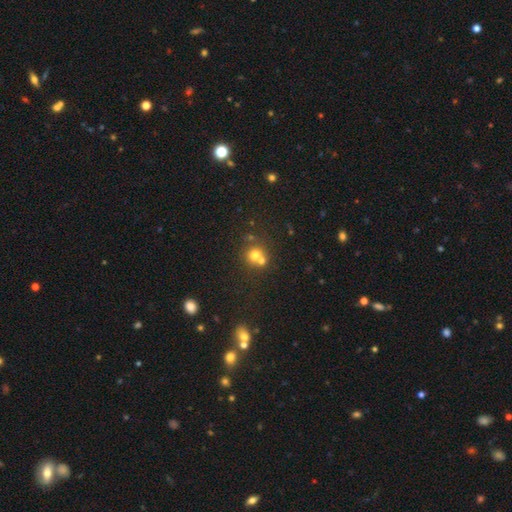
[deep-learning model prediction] Smooth or featured? Predicted: smooth (p=0.69). How rounded? Predicted: round (p=0.87). Merging? Predicted: none (p=0.46).